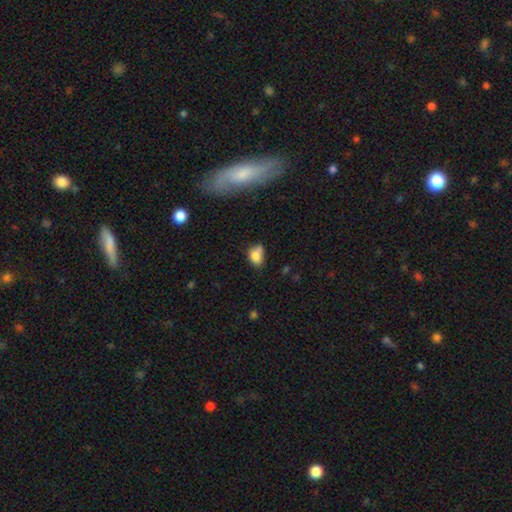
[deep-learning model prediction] Q: Smooth or featured?
A: smooth (78%); runner-up: featured or disk (12%)
Q: How rounded?
A: in between (68%); runner-up: round (30%)
Q: Merging?
A: none (40%); runner-up: minor disturbance (32%)